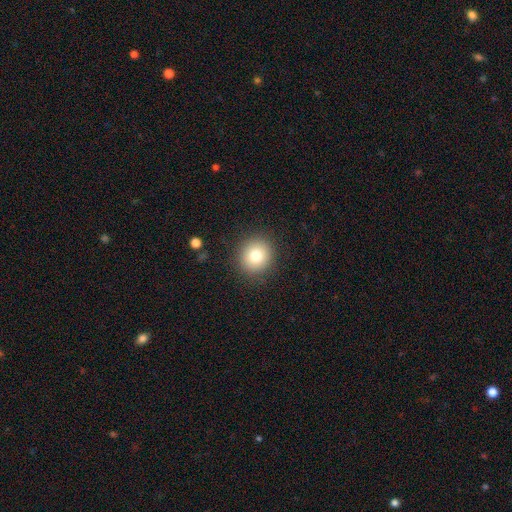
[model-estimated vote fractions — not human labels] This is likely a smooth galaxy (79%). How rounded: clearly round (88%). Merging: clearly none (89%).